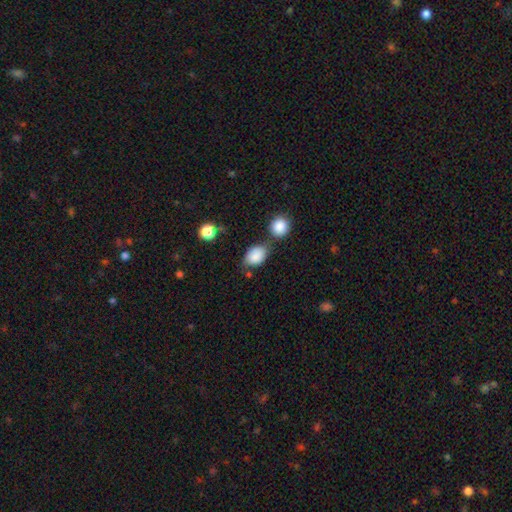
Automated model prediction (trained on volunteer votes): Smooth or featured? Predicted: smooth (p=0.86). How rounded? Predicted: in between (p=0.76). Merging? Predicted: none (p=0.58).